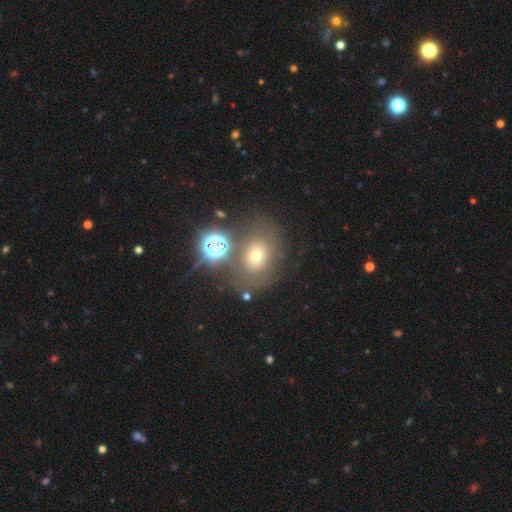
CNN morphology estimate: A smooth galaxy with no disk features (54%) that is in between round and cigar-shaped (51%). Merging: none (60%).